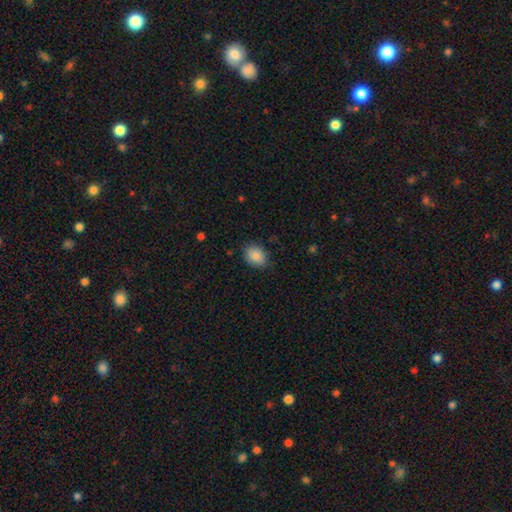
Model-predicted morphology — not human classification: Overall: smooth (87%). How rounded: in between (66%; round 33%). Merging: none (79%).